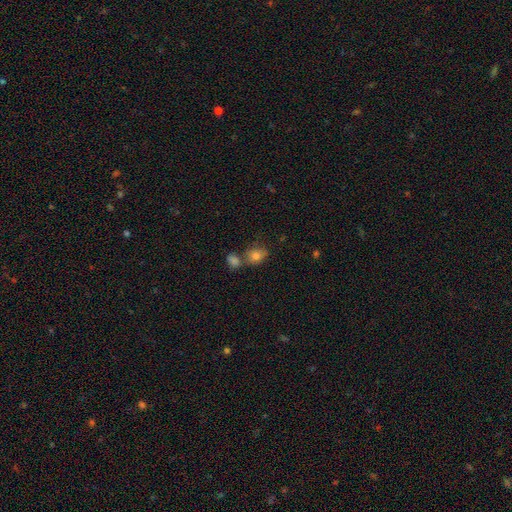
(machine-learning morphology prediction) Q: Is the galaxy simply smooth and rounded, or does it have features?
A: smooth — 77%.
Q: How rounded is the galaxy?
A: in between — 54%.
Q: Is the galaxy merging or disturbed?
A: none — 53%.